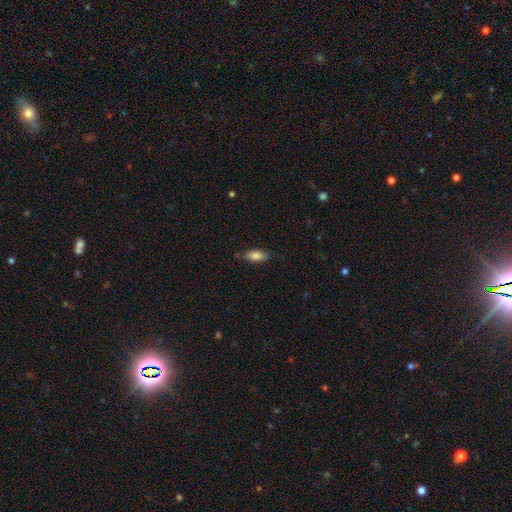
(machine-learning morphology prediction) smooth-or-featured: smooth: 83% | featured or disk: 10% | star or artifact: 7%
  how-rounded: in between: 82% | cigar-shaped: 16% | round: 2%
  merging: none: 80% | minor disturbance: 16% | major disturbance: 3% | merger: 1%